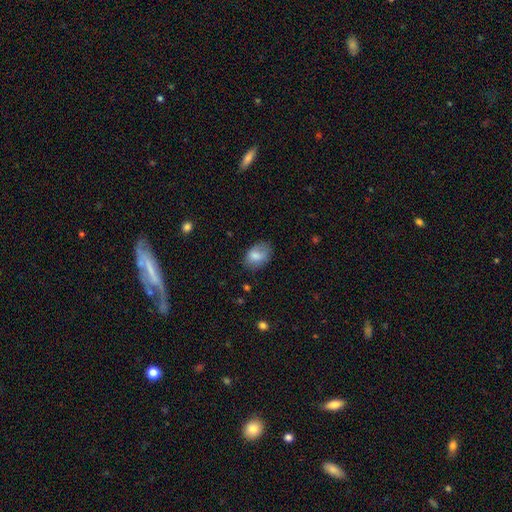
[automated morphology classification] Q: Smooth or featured?
A: smooth (81%); runner-up: featured or disk (11%)
Q: How rounded?
A: in between (80%); runner-up: round (19%)
Q: Merging?
A: none (70%); runner-up: minor disturbance (22%)